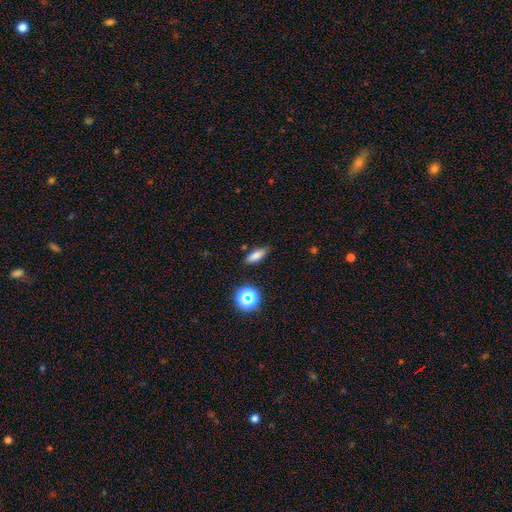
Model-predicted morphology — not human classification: A smooth galaxy with no disk features (77%) that is in between round and cigar-shaped (65%).

Vote fractions:
- Smooth or featured? smooth: 77% / star or artifact: 14% / featured or disk: 9%
- How rounded? in between: 65% / cigar-shaped: 28% / round: 8%
- Merging? none: 84% / minor disturbance: 11% / major disturbance: 3% / merger: 2%